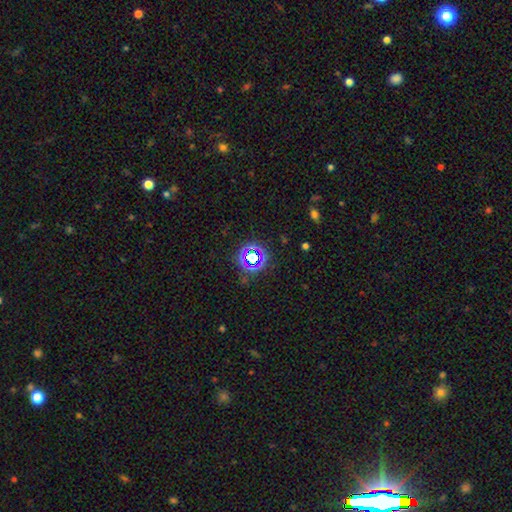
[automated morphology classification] Smooth or featured? star or artifact (66%)